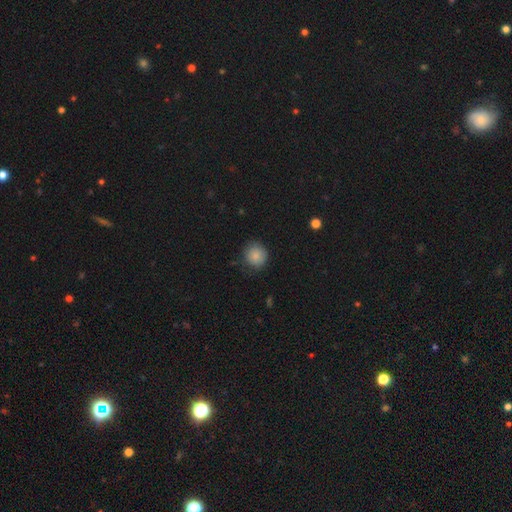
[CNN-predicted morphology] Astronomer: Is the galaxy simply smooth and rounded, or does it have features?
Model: smooth — 83%.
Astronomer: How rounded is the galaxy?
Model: round — 90%.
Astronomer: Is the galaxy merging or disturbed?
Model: none — 76%.